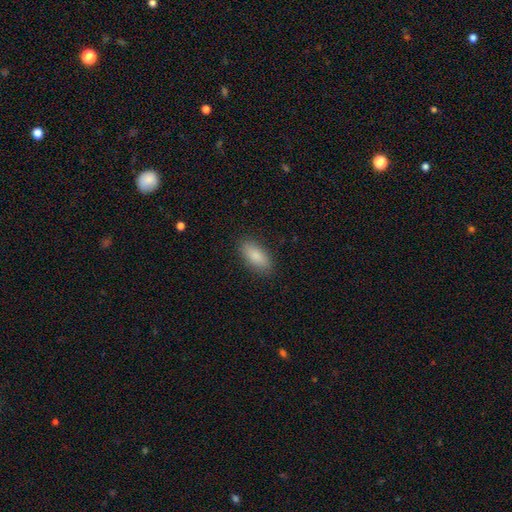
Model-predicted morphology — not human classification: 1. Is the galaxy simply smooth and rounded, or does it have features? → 86% smooth, 7% featured or disk, 7% star or artifact.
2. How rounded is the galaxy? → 86% in between, 12% cigar-shaped, 2% round.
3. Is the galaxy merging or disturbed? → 87% none, 9% minor disturbance, 2% major disturbance, 1% merger.